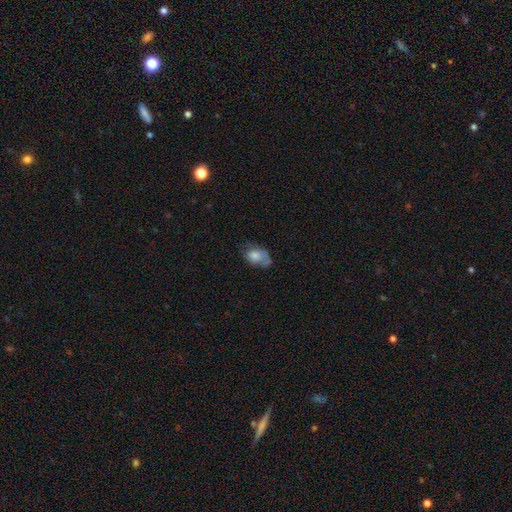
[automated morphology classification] smooth_or_featured: smooth (p=0.66) [alt: featured or disk p=0.25]
how_rounded: in between (p=0.83) [alt: round p=0.15]
merging: none (p=0.41) [alt: minor disturbance p=0.33]